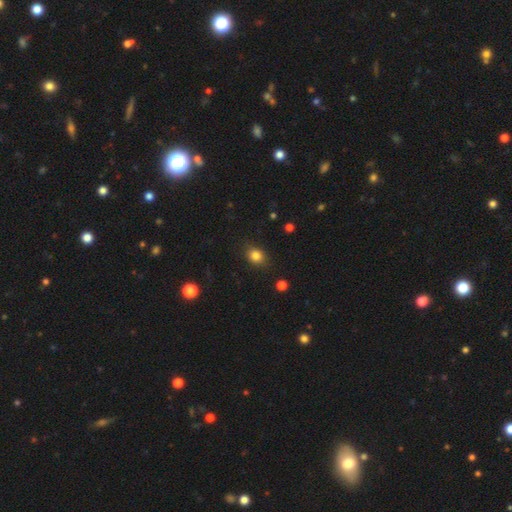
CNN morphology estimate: A smooth galaxy with no disk features (83%) that is round (50%). Merging: none (85%).